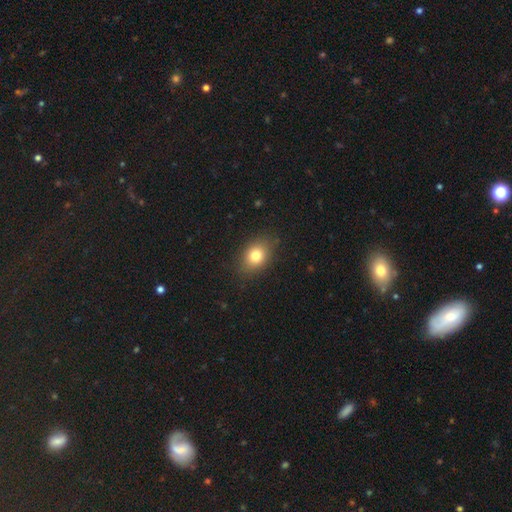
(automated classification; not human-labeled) smooth-or-featured: smooth: 80% | star or artifact: 11% | featured or disk: 10%
  how-rounded: in between: 64% | round: 34% | cigar-shaped: 1%
  merging: none: 84% | minor disturbance: 12% | major disturbance: 3% | merger: 1%